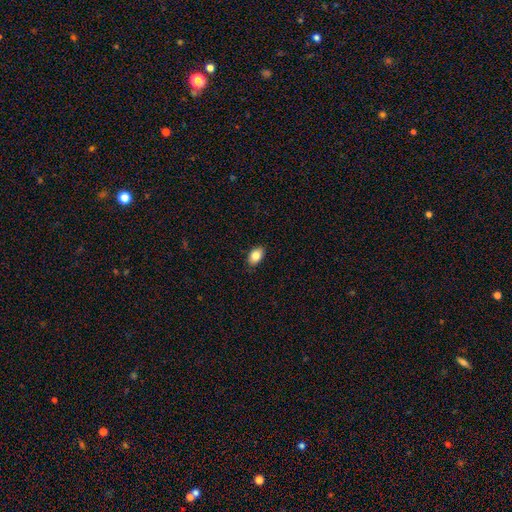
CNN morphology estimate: Smooth or featured?
  - smooth: 84% *
  - featured or disk: 8%
  - star or artifact: 8%
How rounded?
  - in between: 89% *
  - round: 10%
  - cigar-shaped: 2%
Merging?
  - none: 86% *
  - minor disturbance: 11%
  - major disturbance: 2%
  - merger: 1%